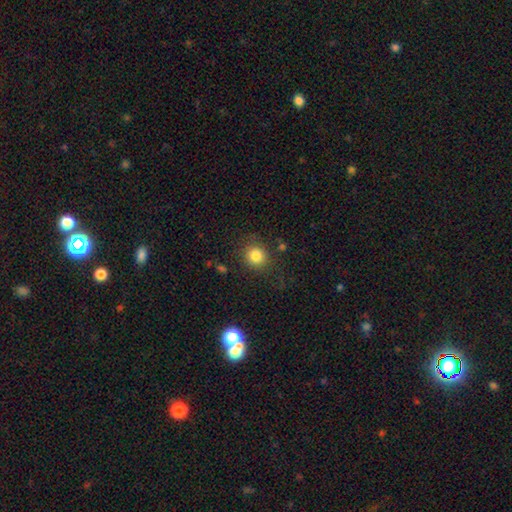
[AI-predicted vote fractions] A smooth galaxy with no disk features (82%) that is round (87%).

Vote fractions:
- Smooth or featured? smooth: 82% / star or artifact: 11% / featured or disk: 7%
- How rounded? round: 87% / in between: 12% / cigar-shaped: 1%
- Merging? none: 82% / minor disturbance: 11% / major disturbance: 5% / merger: 3%